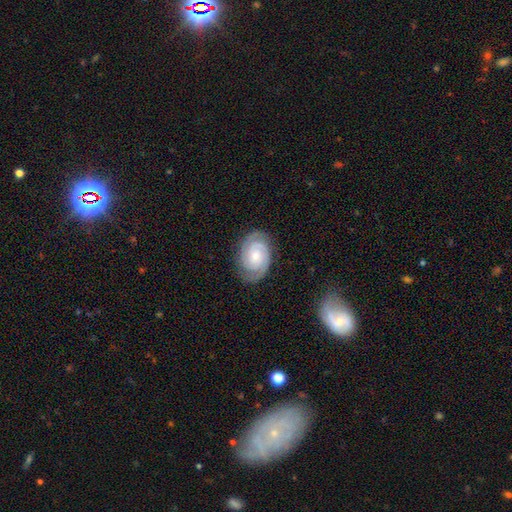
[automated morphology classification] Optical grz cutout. It shows a featured or disk galaxy (87%) with no bar (70%), 2 (79%) tight (75%) spiral arms (98%) and a small central bulge (52%). Merging: none (83%).